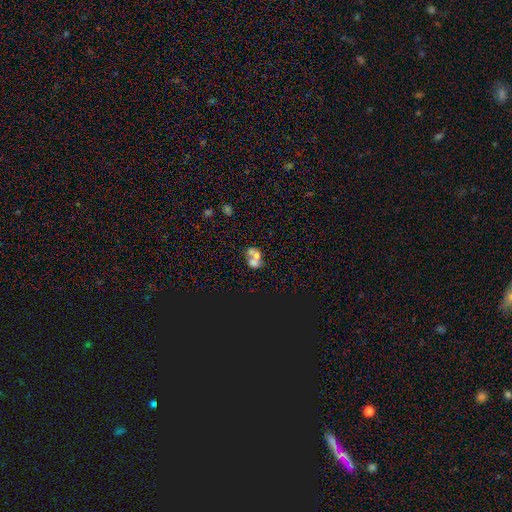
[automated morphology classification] smooth-or-featured: smooth: 48% | featured or disk: 35% | star or artifact: 16%
  merging: merger: 65% | none: 23% | minor disturbance: 7% | major disturbance: 5%